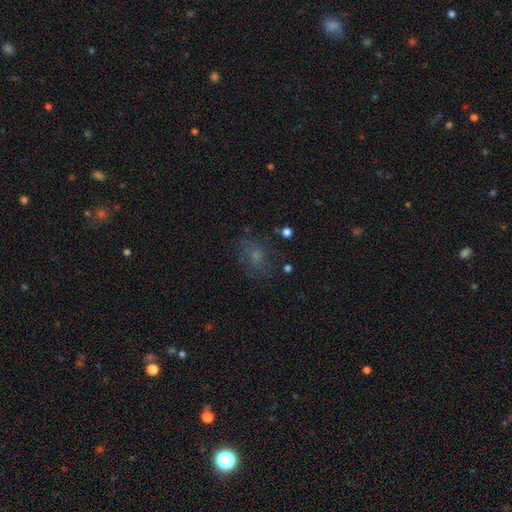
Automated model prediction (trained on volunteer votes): A smooth galaxy with no disk features (48%).

Vote fractions:
- Smooth or featured? smooth: 48% / featured or disk: 30% / star or artifact: 21%
- Merging? none: 64% / minor disturbance: 19% / major disturbance: 14% / merger: 3%